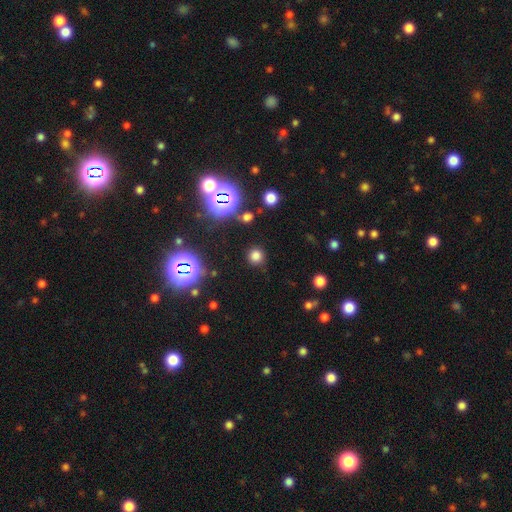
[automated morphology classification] Q: Smooth or featured?
A: smooth (71%); runner-up: star or artifact (23%)
Q: How rounded?
A: round (91%); runner-up: in between (8%)
Q: Merging?
A: none (87%); runner-up: minor disturbance (8%)